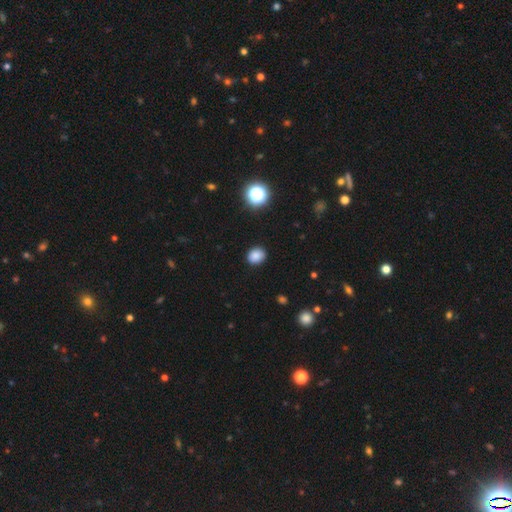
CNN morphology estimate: This appears to be a smooth galaxy with no disk features (84%) that is round (63%). Merging: none (89%).